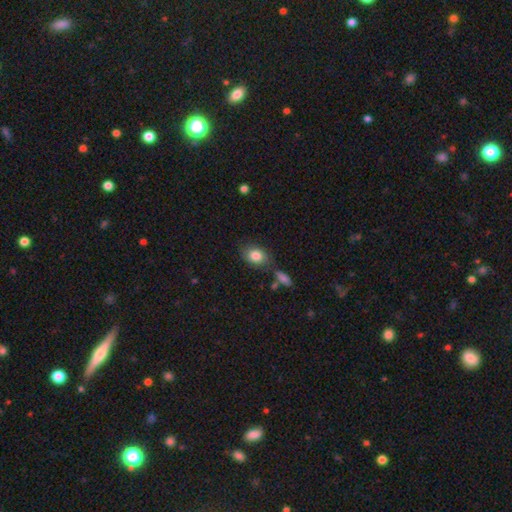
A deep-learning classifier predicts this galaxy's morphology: Smooth or featured? Predicted: smooth (p=0.83). How rounded? Predicted: in between (p=0.73). Merging? Predicted: none (p=0.71).